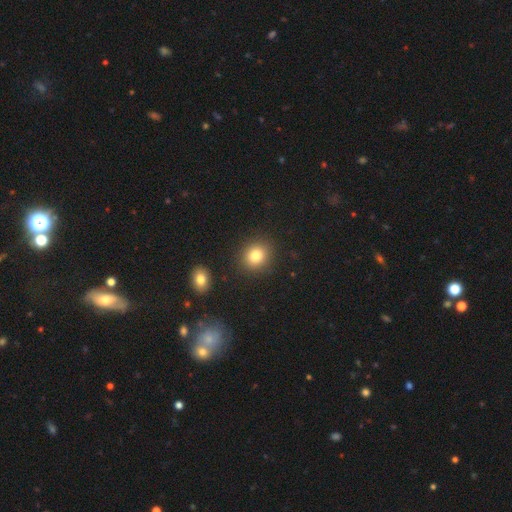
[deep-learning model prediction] This appears to be a smooth galaxy with no disk features (82%) that is round (78%). Merging: none (88%).